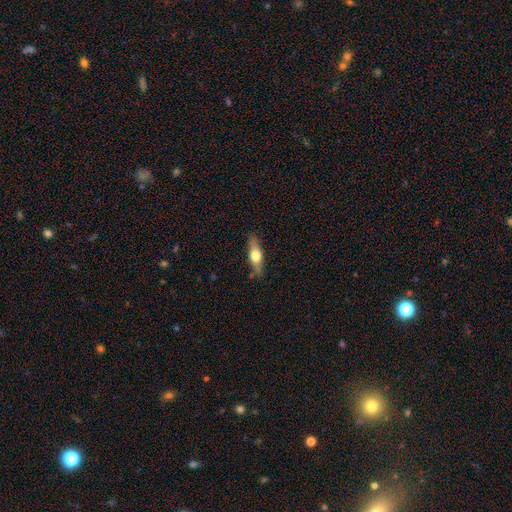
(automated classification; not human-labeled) Overall: smooth (52%; featured or disk 42%). How rounded: in between (49%; cigar-shaped 47%). Merging: none (80%).